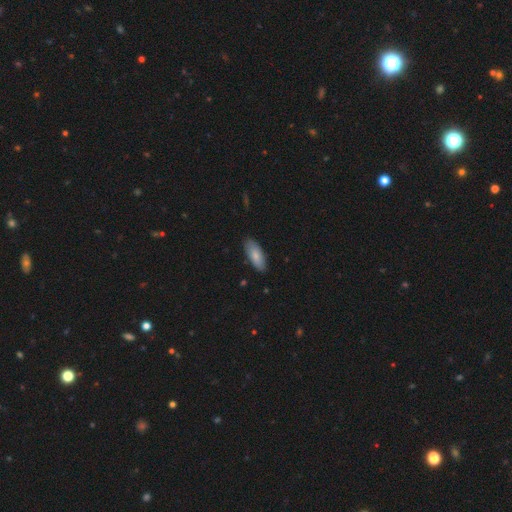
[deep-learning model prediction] Overall: smooth (79%). How rounded: in between (81%). Merging: none (85%).